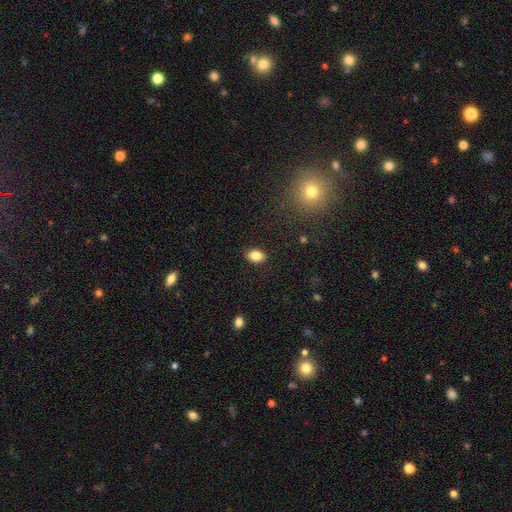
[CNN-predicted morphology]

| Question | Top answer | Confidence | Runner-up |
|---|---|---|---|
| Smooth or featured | smooth | 85% | star or artifact (9%) |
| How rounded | in between | 82% | round (16%) |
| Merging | none | 88% | minor disturbance (9%) |